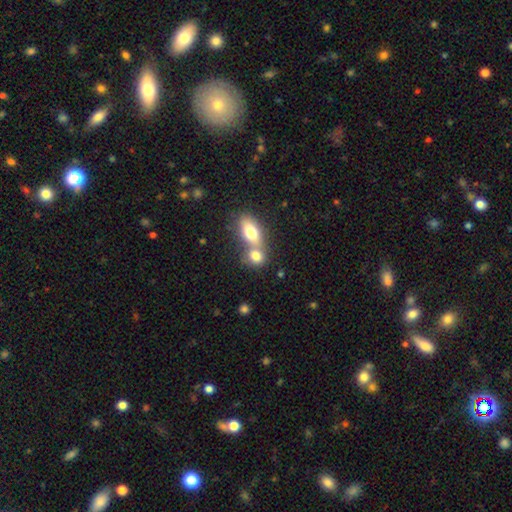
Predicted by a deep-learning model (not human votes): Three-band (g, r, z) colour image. It shows a smooth galaxy with no disk features (77%) that is in between round and cigar-shaped (56%). Merging: merger (62%).